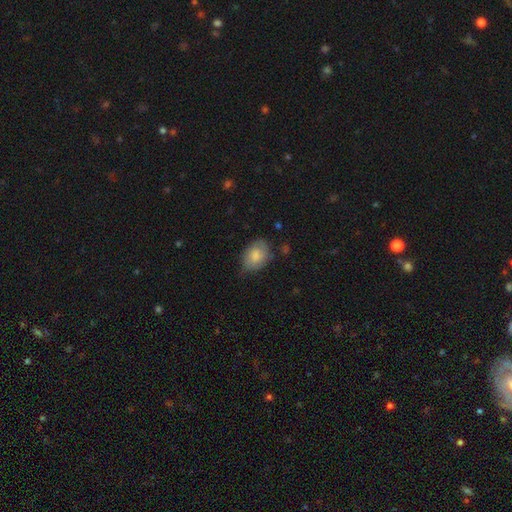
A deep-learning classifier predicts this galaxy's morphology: smooth 74%, featured or disk 20%, star or artifact 7%. Down the decision tree: how rounded — in between (78%); merging — none (59%).